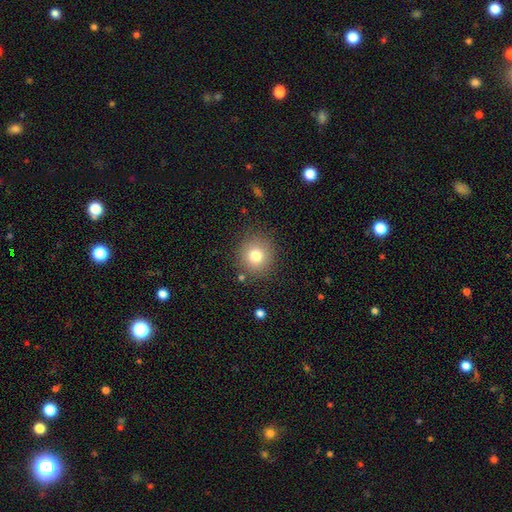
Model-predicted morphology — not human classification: A smooth galaxy with no disk features (78%) that is round (91%).

Vote fractions:
- Smooth or featured? smooth: 78% / star or artifact: 12% / featured or disk: 10%
- How rounded? round: 91% / in between: 8% / cigar-shaped: 1%
- Merging? none: 86% / minor disturbance: 9% / major disturbance: 3% / merger: 2%